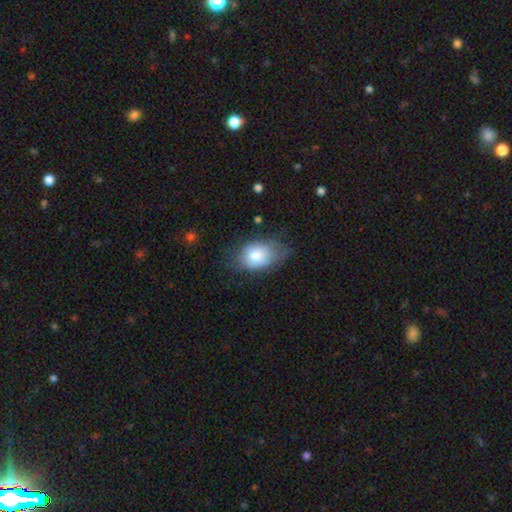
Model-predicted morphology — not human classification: Q: Smooth or featured?
A: smooth (74%); runner-up: featured or disk (18%)
Q: How rounded?
A: in between (82%); runner-up: round (17%)
Q: Merging?
A: none (50%); runner-up: minor disturbance (34%)